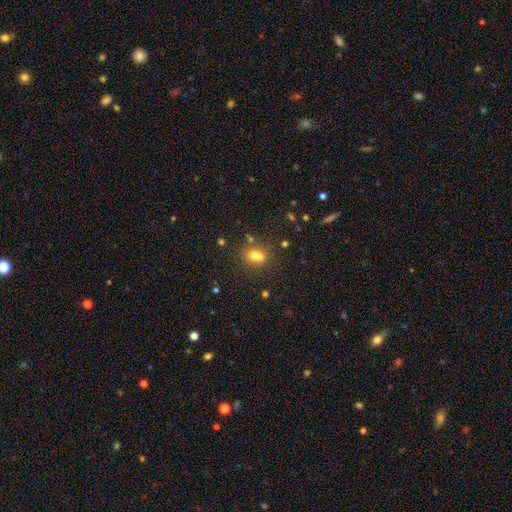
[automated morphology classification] Smooth or featured: smooth — 71% (star or artifact — 16%)
How rounded: in between — 51% (round — 46%)
Merging: none — 53% (merger — 27%)